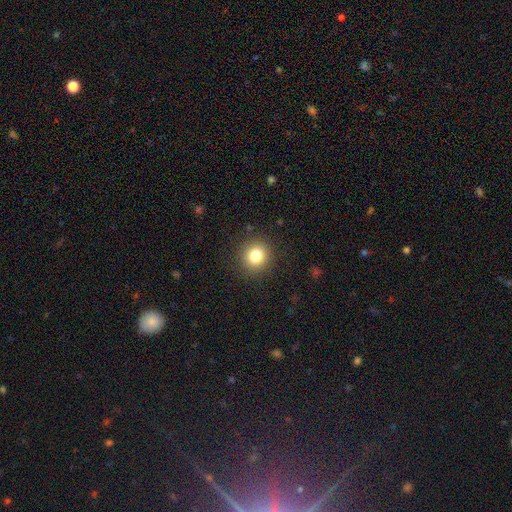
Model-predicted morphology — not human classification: Q: Smooth or featured?
A: smooth (81%); runner-up: star or artifact (12%)
Q: How rounded?
A: round (90%); runner-up: in between (9%)
Q: Merging?
A: none (90%); runner-up: minor disturbance (7%)